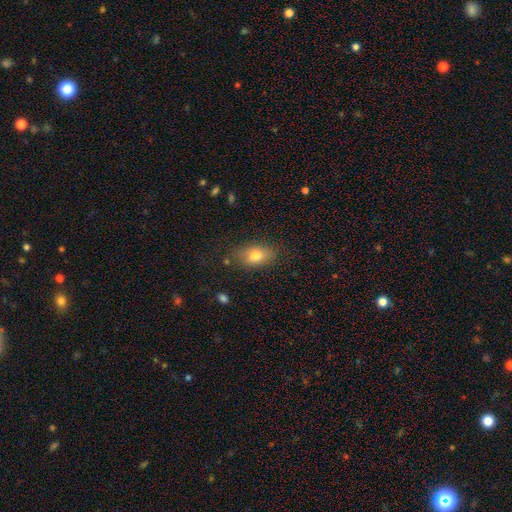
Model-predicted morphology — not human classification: Smooth or featured: smooth — 76% (featured or disk — 15%)
How rounded: in between — 82% (round — 14%)
Merging: none — 79% (minor disturbance — 15%)